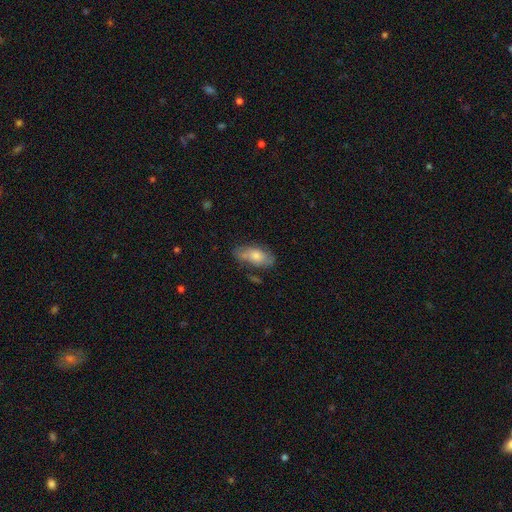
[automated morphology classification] The model was most divided on "smooth or featured": smooth: 60%, featured or disk: 32%, star or artifact: 8%. More confident: how rounded — in between (86%); merging — none (68%).